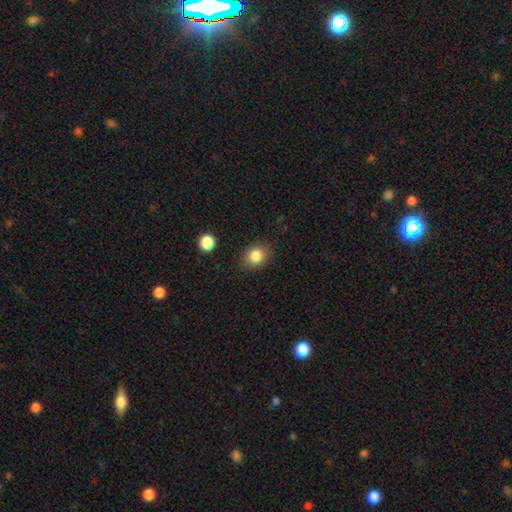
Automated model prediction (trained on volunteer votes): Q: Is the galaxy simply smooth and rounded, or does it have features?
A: smooth — 85%.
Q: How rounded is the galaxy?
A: round — 61%.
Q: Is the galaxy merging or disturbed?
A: none — 85%.